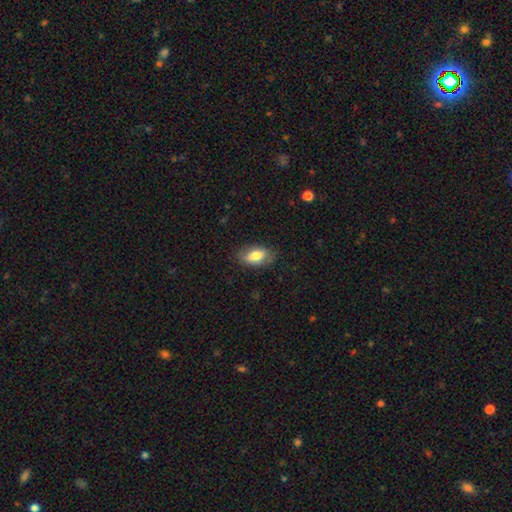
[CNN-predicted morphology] Smooth or featured: smooth — 75% (featured or disk — 19%)
How rounded: in between — 91% (round — 6%)
Merging: none — 76% (minor disturbance — 18%)